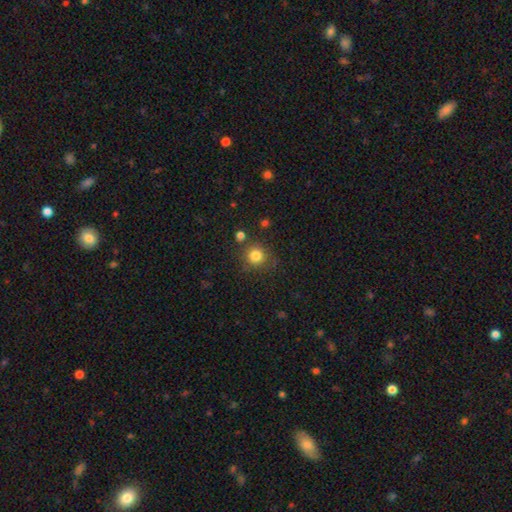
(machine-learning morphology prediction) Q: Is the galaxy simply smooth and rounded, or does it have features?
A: smooth — 82%.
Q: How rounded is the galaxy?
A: round — 92%.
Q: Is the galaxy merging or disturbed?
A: none — 79%.